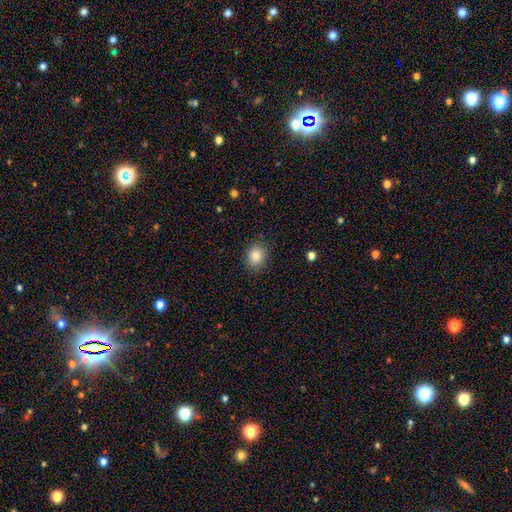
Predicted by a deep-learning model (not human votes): A smooth galaxy with no disk features (85%) that is round (53%).

Vote fractions:
- Smooth or featured? smooth: 85% / star or artifact: 9% / featured or disk: 5%
- How rounded? round: 53% / in between: 46% / cigar-shaped: 1%
- Merging? none: 86% / minor disturbance: 10% / major disturbance: 3% / merger: 1%